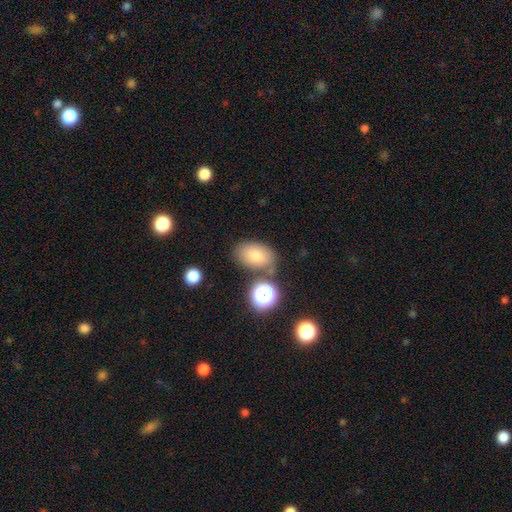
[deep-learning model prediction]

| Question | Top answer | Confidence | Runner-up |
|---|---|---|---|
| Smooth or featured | smooth | 74% | star or artifact (15%) |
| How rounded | in between | 86% | round (12%) |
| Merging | none | 77% | minor disturbance (12%) |